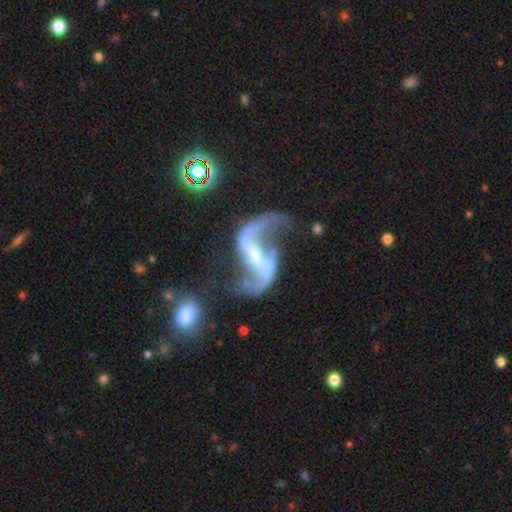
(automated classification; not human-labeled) A featured or disk galaxy (91%) with a strong bar (52%), 2 (93%) loose (81%) spiral arms (97%) and a small central bulge (50%).

Vote fractions:
- Smooth or featured? featured or disk: 91% / star or artifact: 5% / smooth: 4%
- Edge-on disk? no: 97% / yes: 3%
- Bar? strong: 52% / weak: 32% / no: 16%
- Spiral arms? yes: 97% / no: 3%
- Spiral winding? loose: 81% / medium: 16% / tight: 4%
- Spiral arm count? 2: 93% / 1: 2% / can't tell: 1% / 3: 1% / 4: 1% / more than 4: 1%
- Bulge size? small: 50% / moderate: 41% / none: 5% / large: 4% / dominant: 1%
- Merging? none: 58% / minor disturbance: 17% / major disturbance: 16% / merger: 10%